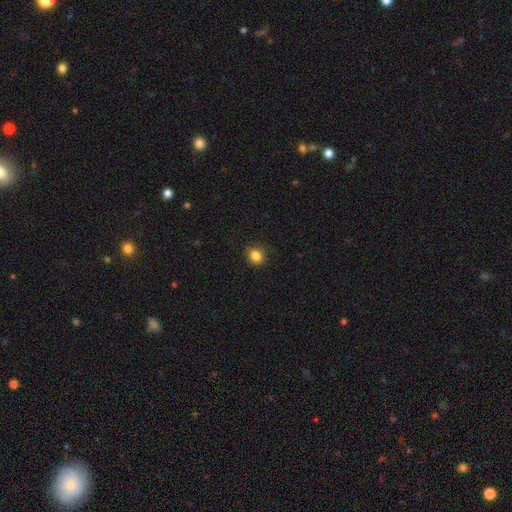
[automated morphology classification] This appears to be a smooth galaxy with no disk features (85%) that is round (64%). Merging: none (87%).